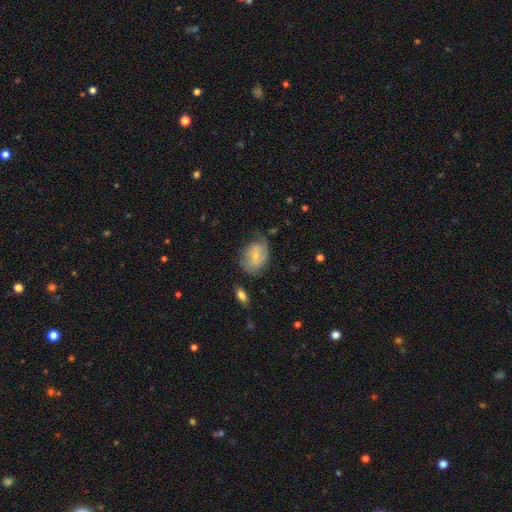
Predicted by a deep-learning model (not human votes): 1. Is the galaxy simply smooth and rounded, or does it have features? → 48% featured or disk, 45% smooth, 7% star or artifact.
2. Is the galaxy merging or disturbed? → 53% none, 31% minor disturbance, 13% major disturbance, 3% merger.